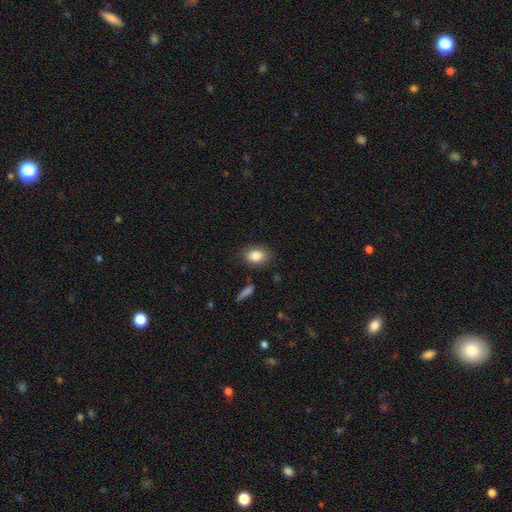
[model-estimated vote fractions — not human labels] smooth 84%, star or artifact 8%, featured or disk 8%. Down the decision tree: how rounded — in between (74%); merging — none (82%).